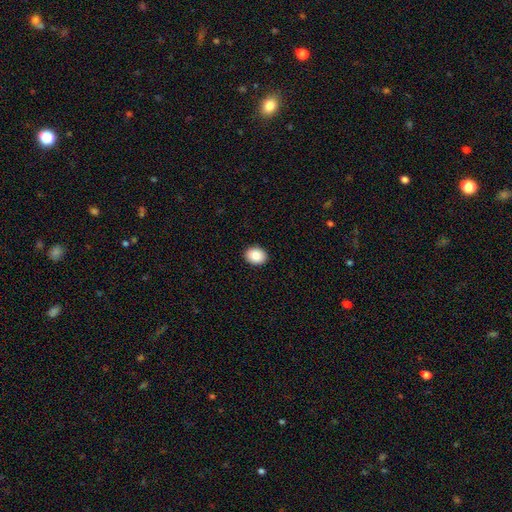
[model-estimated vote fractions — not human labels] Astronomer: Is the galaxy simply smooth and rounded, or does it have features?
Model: smooth — 88%.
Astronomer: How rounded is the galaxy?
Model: in between — 55% (runner-up: round, 44%).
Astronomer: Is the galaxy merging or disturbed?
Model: none — 92%.